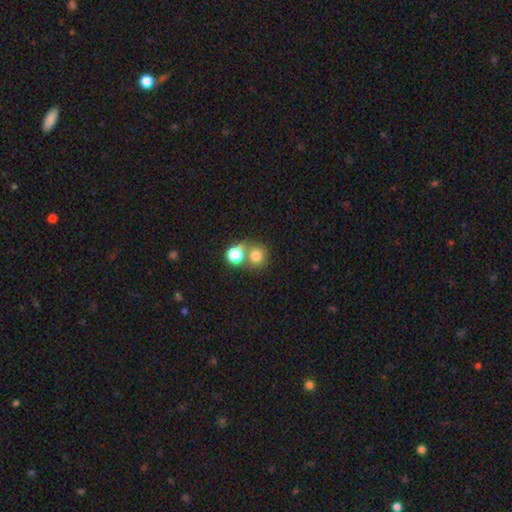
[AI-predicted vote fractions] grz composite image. It shows a smooth galaxy with no disk features (77%) that is round (86%). Merging: none (47%).